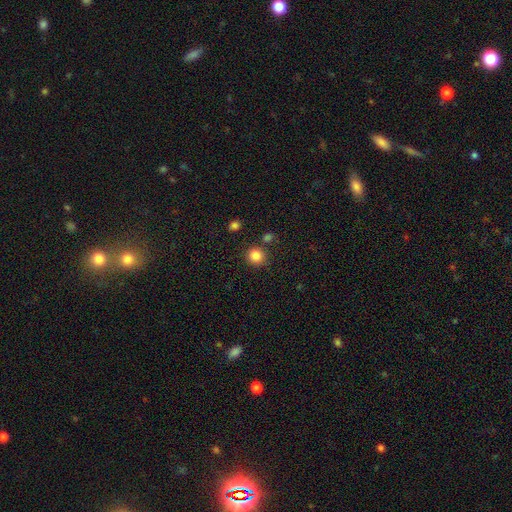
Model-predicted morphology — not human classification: A smooth galaxy with no disk features (85%) that is round (91%).

Vote fractions:
- Smooth or featured? smooth: 85% / star or artifact: 11% / featured or disk: 4%
- How rounded? round: 91% / in between: 8% / cigar-shaped: 1%
- Merging? none: 82% / minor disturbance: 9% / merger: 6% / major disturbance: 3%